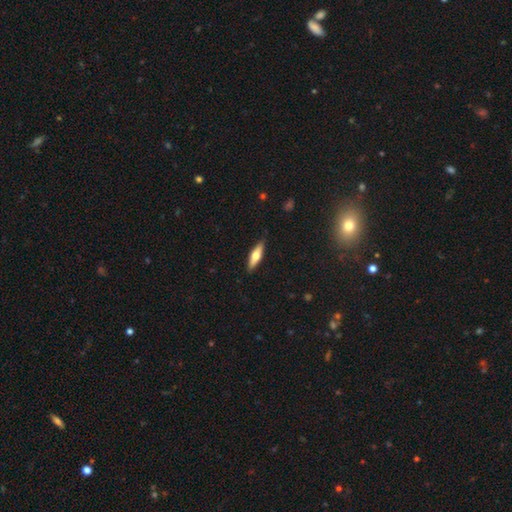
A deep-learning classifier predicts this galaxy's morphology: A smooth galaxy with no disk features (52%) that is cigar-shaped (66%). Merging: none (88%).